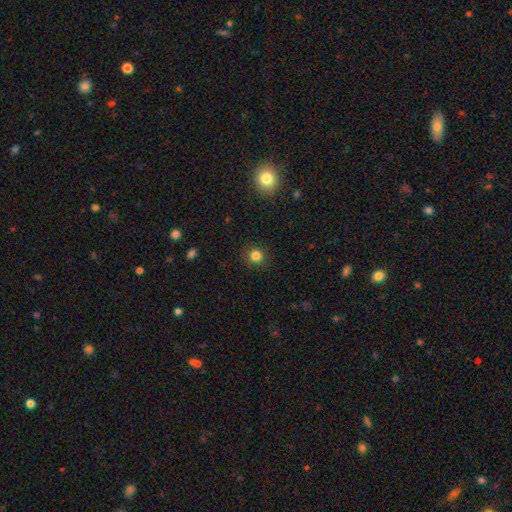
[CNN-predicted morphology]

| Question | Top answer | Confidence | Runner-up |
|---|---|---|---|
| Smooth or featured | smooth | 83% | star or artifact (13%) |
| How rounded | round | 91% | in between (8%) |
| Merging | none | 90% | minor disturbance (7%) |